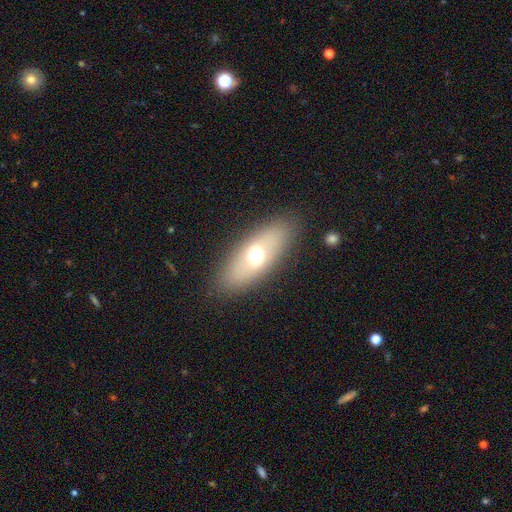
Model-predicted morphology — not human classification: Smooth or featured? smooth (59%)
How rounded? in between (76%)
Merging? none (87%)